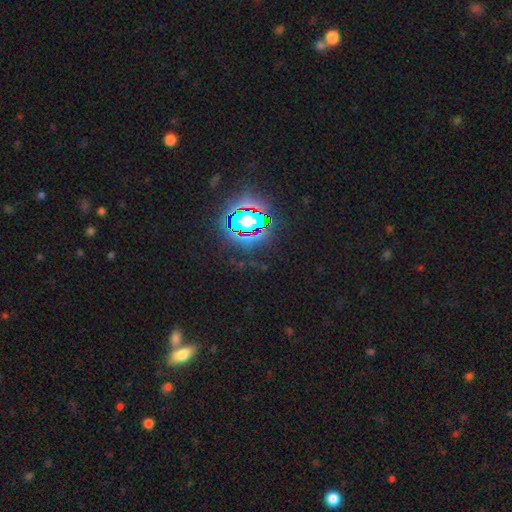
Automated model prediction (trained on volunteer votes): Overall: star or artifact (80%).